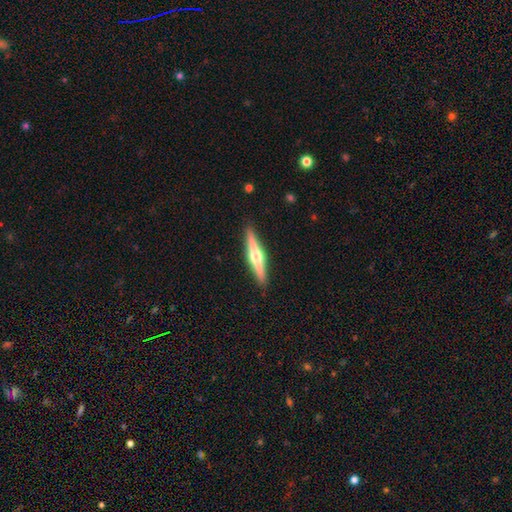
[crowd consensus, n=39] Volunteers were most divided on "smooth or featured": featured or disk: 72%, smooth: 18%, star or artifact: 10%. More confident: edge-on disk — yes (100%); edge-on bulge — rounded (93%); merging — none (89%).